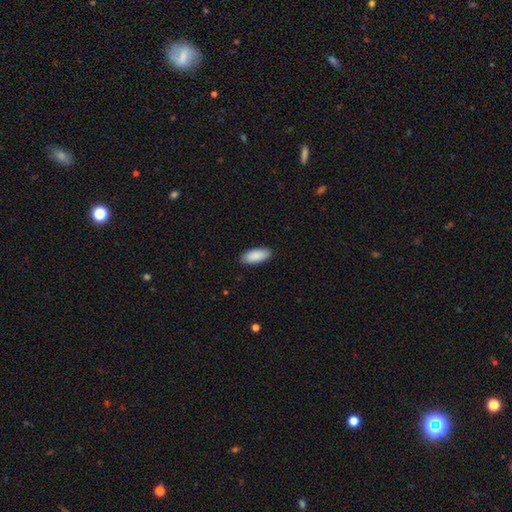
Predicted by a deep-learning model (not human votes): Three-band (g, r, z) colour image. It shows a smooth galaxy with no disk features (91%) that is in between round and cigar-shaped (87%). Merging: none (89%).